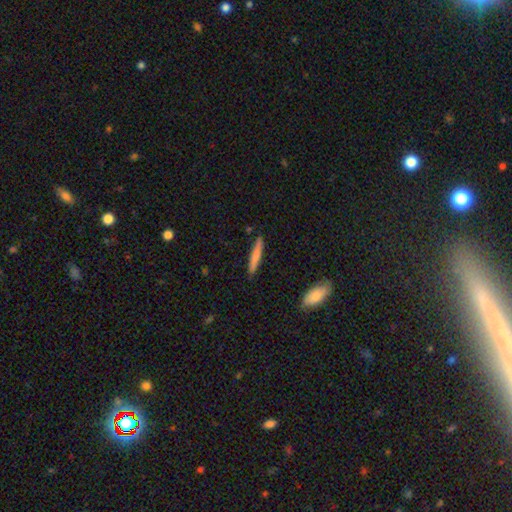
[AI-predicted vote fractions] smooth-or-featured: smooth: 73% | featured or disk: 22% | star or artifact: 5%
  how-rounded: cigar-shaped: 93% | in between: 6% | round: 1%
  merging: none: 87% | minor disturbance: 9% | merger: 2% | major disturbance: 2%